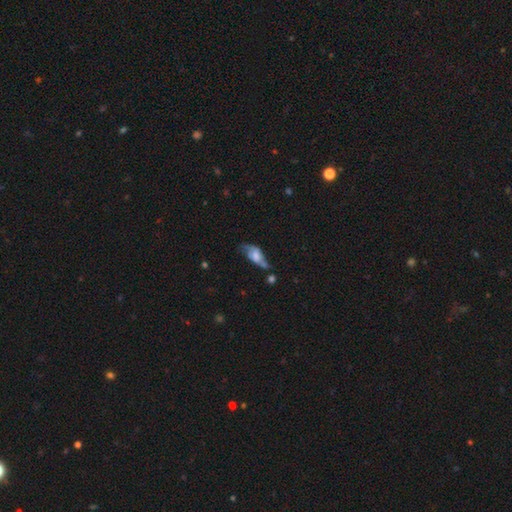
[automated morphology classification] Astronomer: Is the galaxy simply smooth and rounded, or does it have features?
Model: featured or disk — 48% (runner-up: smooth, 44%).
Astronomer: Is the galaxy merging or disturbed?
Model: none — 35% (runner-up: minor disturbance, 30%).